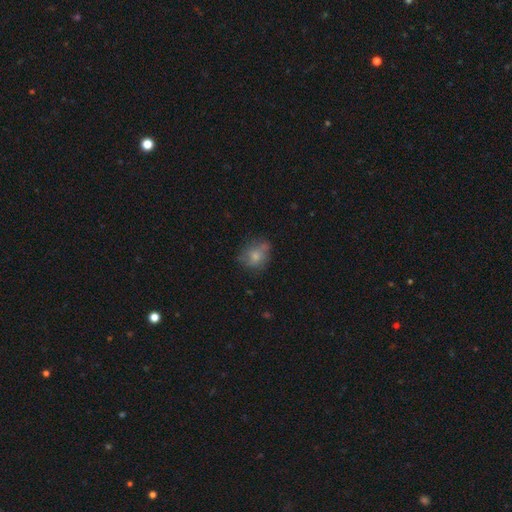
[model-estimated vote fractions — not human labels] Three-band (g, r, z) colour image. It shows a smooth galaxy with no disk features (66%) that is round (52%). Merging: none (55%).